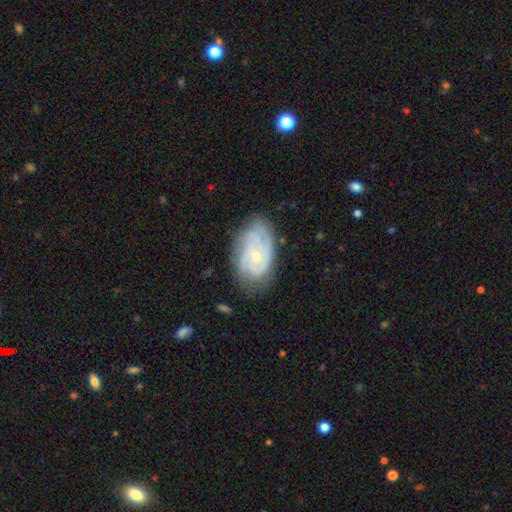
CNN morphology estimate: type=featured or disk (76%); edge-on=no (96%); bar=no (70%); spiral arms=yes (91%); winding=tight (61%); arm count=can't tell (38%); bulge=small (68%); merging=none (71%).